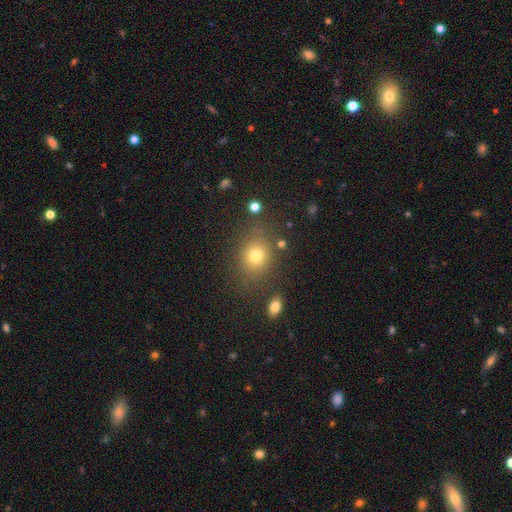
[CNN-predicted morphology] The model was most divided on "how rounded": round: 60%, in between: 39%, cigar-shaped: 1%. More confident: merging — none (77%); smooth or featured — smooth (76%).